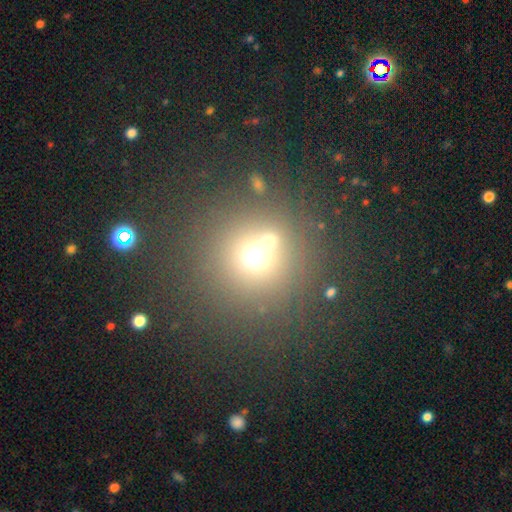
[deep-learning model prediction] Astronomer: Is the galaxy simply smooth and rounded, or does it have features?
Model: smooth — 60%.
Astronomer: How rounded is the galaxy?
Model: round — 93%.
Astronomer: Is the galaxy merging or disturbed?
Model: none — 62%.